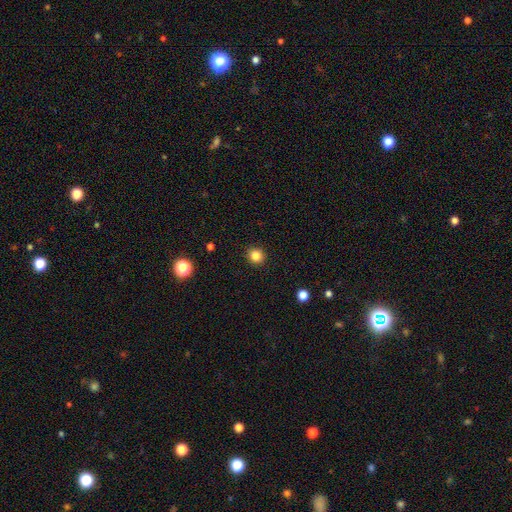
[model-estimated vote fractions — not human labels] A smooth galaxy with no disk features (83%) that is round (90%). Merging: none (92%).